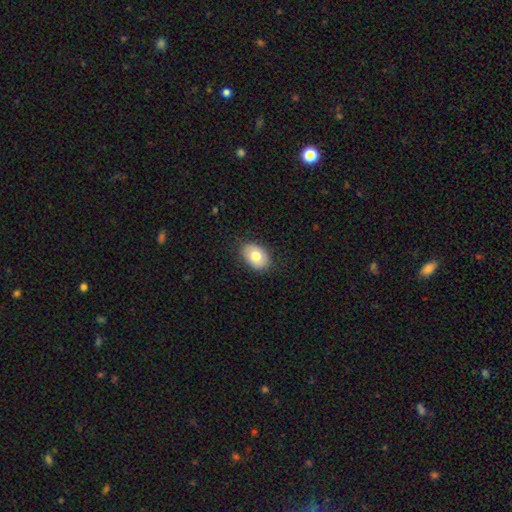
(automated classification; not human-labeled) This is likely a smooth galaxy (78%). How rounded: clearly in between (82%). Merging: clearly none (85%).